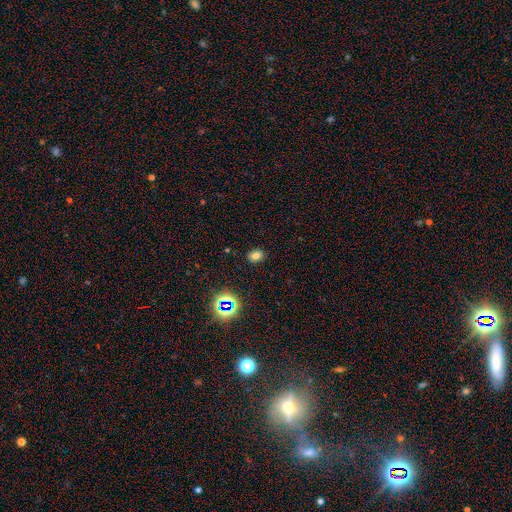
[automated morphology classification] Smooth or featured: smooth — 73% (star or artifact — 19%)
How rounded: in between — 63% (round — 36%)
Merging: none — 88% (minor disturbance — 9%)